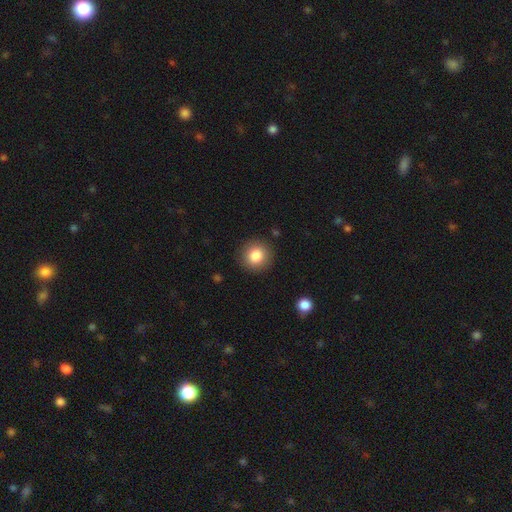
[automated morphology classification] Overall: smooth (84%). How rounded: round (93%). Merging: none (90%).